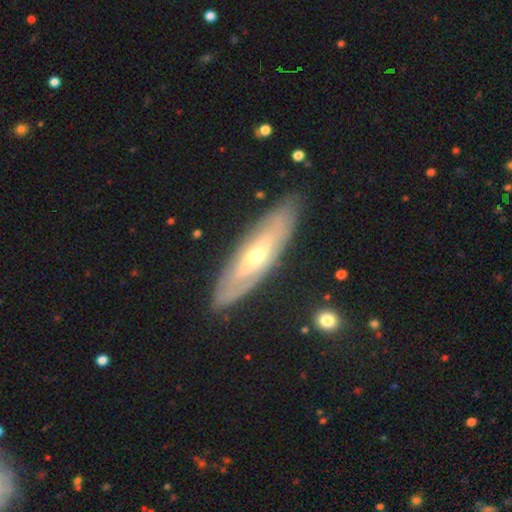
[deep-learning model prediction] A featured or disk galaxy (74%).

Vote fractions:
- Smooth or featured? featured or disk: 74% / smooth: 20% / star or artifact: 6%
- Edge-on disk? no: 65% / yes: 35%
- Merging? none: 84% / minor disturbance: 12% / major disturbance: 3% / merger: 1%